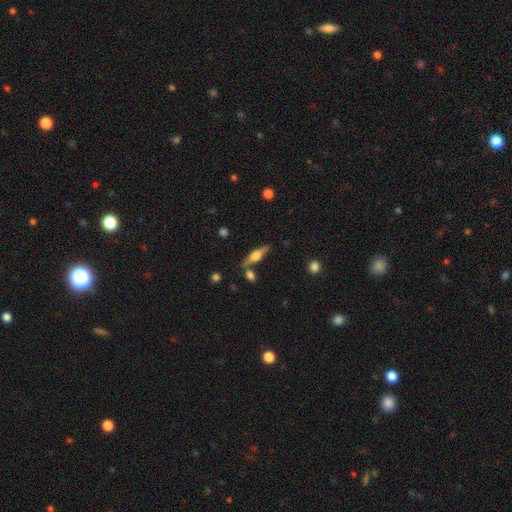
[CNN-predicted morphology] type=featured or disk (64%); edge-on=yes (96%); edge-on bulge=rounded (88%); merging=none (76%).